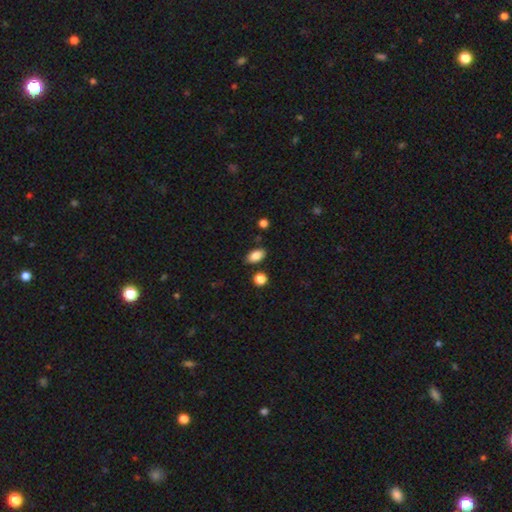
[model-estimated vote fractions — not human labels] A smooth galaxy with no disk features (86%) that is in between round and cigar-shaped (91%). Merging: none (83%).